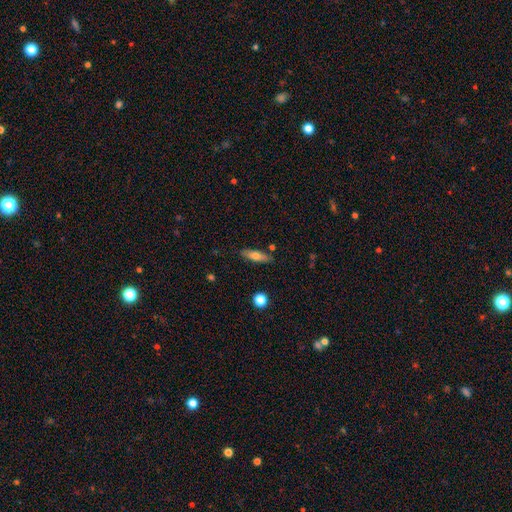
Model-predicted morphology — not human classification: A smooth galaxy with no disk features (62%) that is cigar-shaped (56%).

Vote fractions:
- Smooth or featured? smooth: 62% / featured or disk: 30% / star or artifact: 7%
- How rounded? cigar-shaped: 56% / in between: 41% / round: 3%
- Merging? none: 84% / minor disturbance: 11% / merger: 2% / major disturbance: 2%